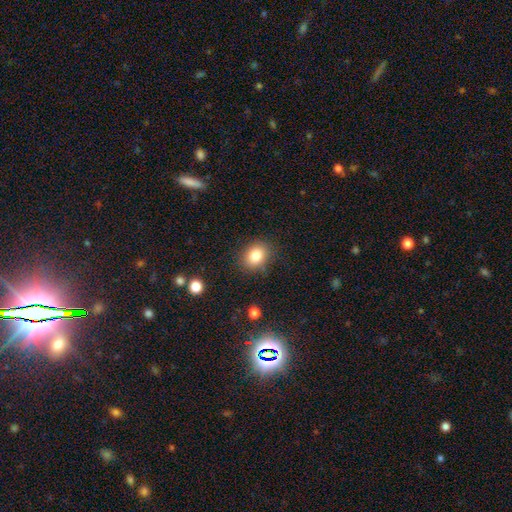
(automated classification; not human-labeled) The model was most divided on "how rounded": round: 51%, in between: 48%, cigar-shaped: 1%. More confident: merging — none (84%); smooth or featured — smooth (82%).